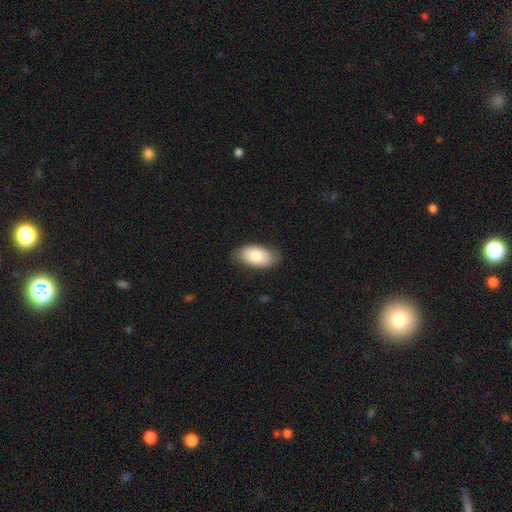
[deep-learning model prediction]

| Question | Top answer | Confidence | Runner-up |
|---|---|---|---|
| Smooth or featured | smooth | 79% | featured or disk (15%) |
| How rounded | in between | 94% | round (4%) |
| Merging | none | 77% | minor disturbance (19%) |